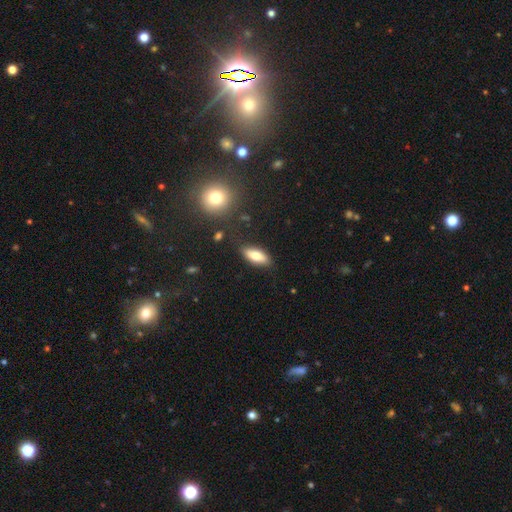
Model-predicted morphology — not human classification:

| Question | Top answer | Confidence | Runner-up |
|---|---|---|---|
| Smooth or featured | smooth | 76% | featured or disk (17%) |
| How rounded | in between | 78% | cigar-shaped (20%) |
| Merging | none | 83% | minor disturbance (12%) |